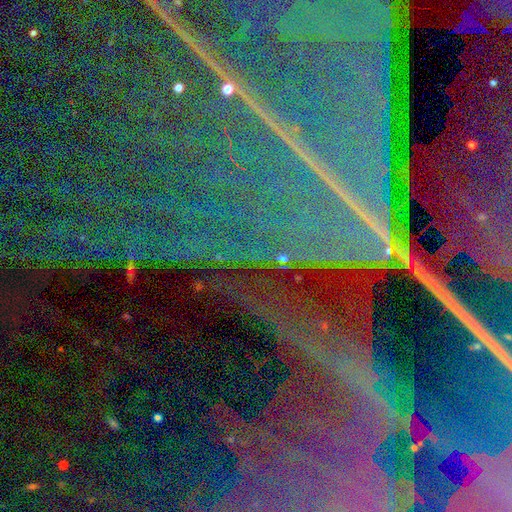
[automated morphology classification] This appears to be a star or artifact, not a galaxy (89%).